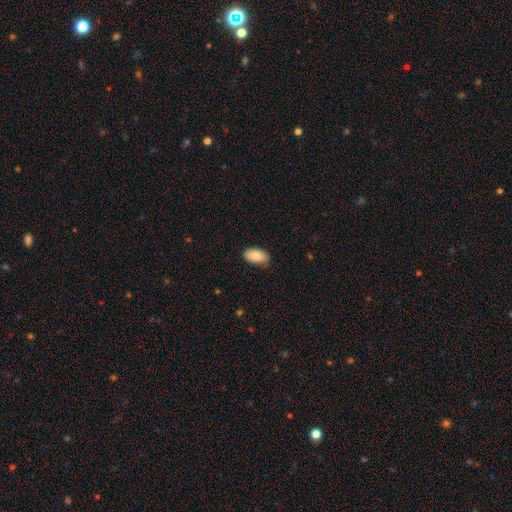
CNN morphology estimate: Smooth or featured? Predicted: smooth (p=0.86). How rounded? Predicted: in between (p=0.95). Merging? Predicted: none (p=0.83).